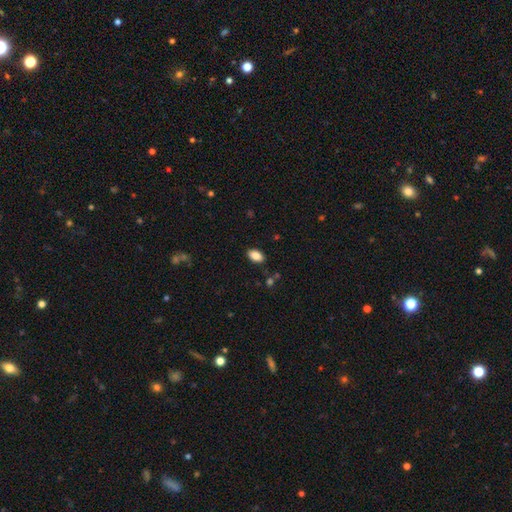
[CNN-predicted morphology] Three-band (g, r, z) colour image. It shows a smooth galaxy with no disk features (86%) that is in between round and cigar-shaped (91%). Merging: none (86%).